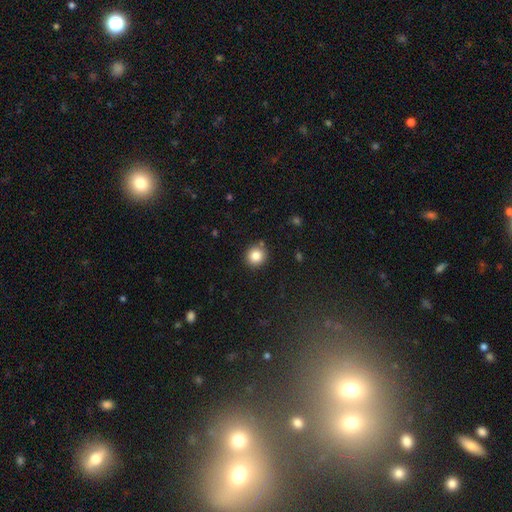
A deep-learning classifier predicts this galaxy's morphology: smooth 84%, star or artifact 10%, featured or disk 6%. Down the decision tree: how rounded — round (89%); merging — none (87%).